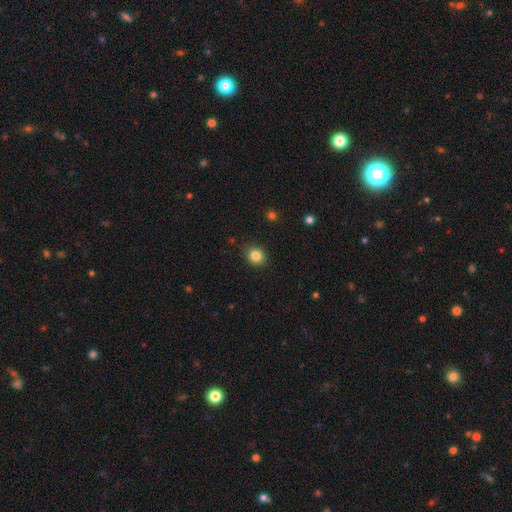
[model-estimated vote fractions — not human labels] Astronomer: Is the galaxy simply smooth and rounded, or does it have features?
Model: smooth — 84%.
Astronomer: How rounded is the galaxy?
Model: round — 75%.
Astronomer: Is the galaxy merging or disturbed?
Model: none — 88%.